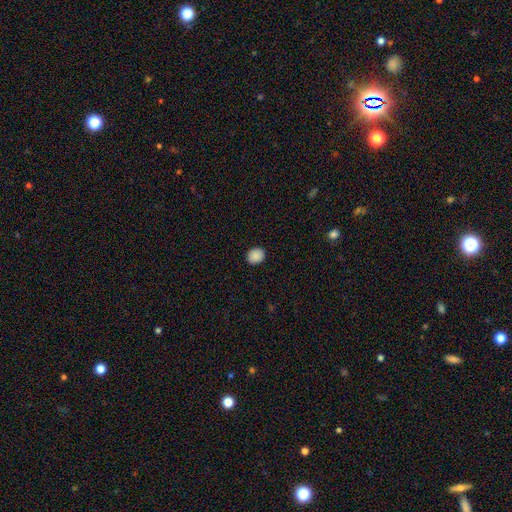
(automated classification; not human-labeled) Smooth or featured? Predicted: smooth (p=0.89). How rounded? Predicted: round (p=0.71). Merging? Predicted: none (p=0.91).